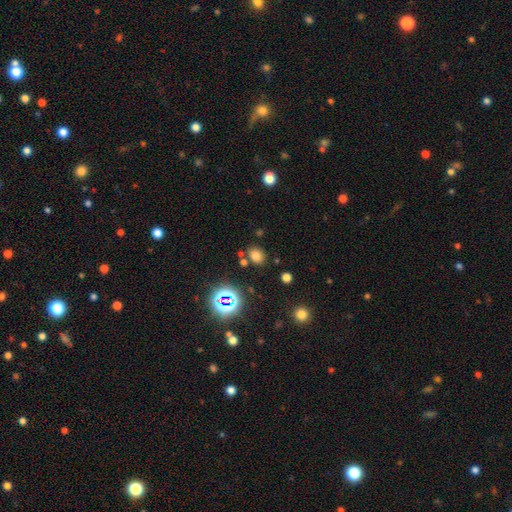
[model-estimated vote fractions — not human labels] A smooth galaxy with no disk features (70%) that is round (55%).

Vote fractions:
- Smooth or featured? smooth: 70% / star or artifact: 22% / featured or disk: 8%
- How rounded? round: 55% / in between: 44% / cigar-shaped: 1%
- Merging? none: 78% / minor disturbance: 10% / merger: 8% / major disturbance: 3%